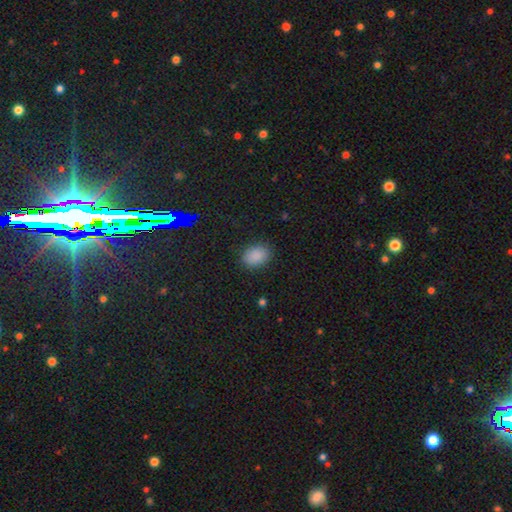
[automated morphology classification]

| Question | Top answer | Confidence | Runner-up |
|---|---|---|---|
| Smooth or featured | smooth | 87% | star or artifact (10%) |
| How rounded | in between | 76% | round (22%) |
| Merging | none | 87% | minor disturbance (9%) |